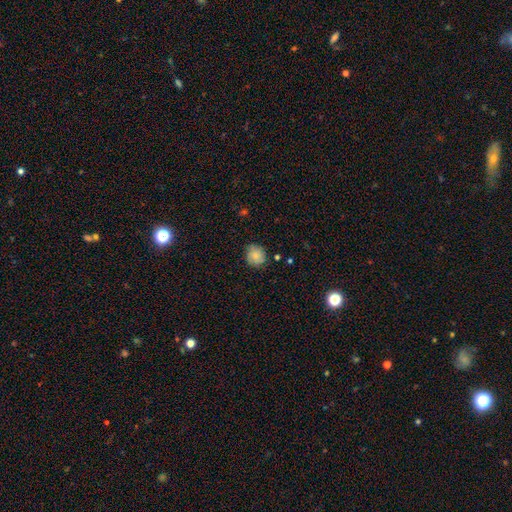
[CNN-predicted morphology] smooth 76%, featured or disk 16%, star or artifact 9%. Down the decision tree: how rounded — round (86%); merging — none (77%).